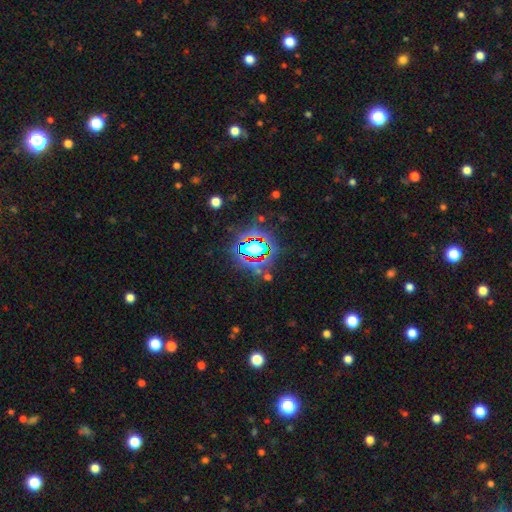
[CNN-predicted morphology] A star or artifact, not a galaxy (79%).

Vote fractions:
- Smooth or featured? star or artifact: 79% / smooth: 12% / featured or disk: 9%